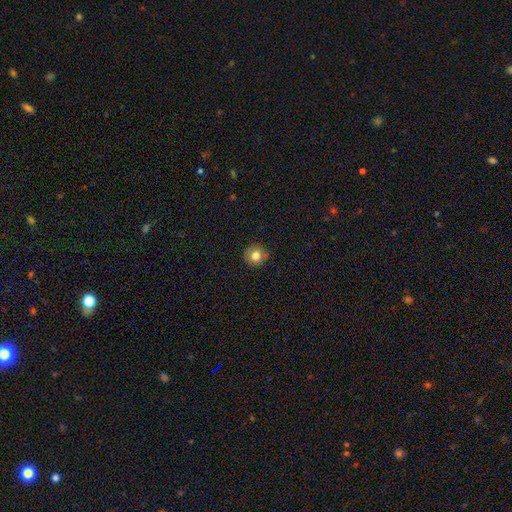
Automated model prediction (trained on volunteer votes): Smooth or featured?
  - smooth: 79% *
  - star or artifact: 11%
  - featured or disk: 10%
How rounded?
  - round: 90% *
  - in between: 9%
  - cigar-shaped: 1%
Merging?
  - none: 83% *
  - minor disturbance: 12%
  - major disturbance: 3%
  - merger: 2%